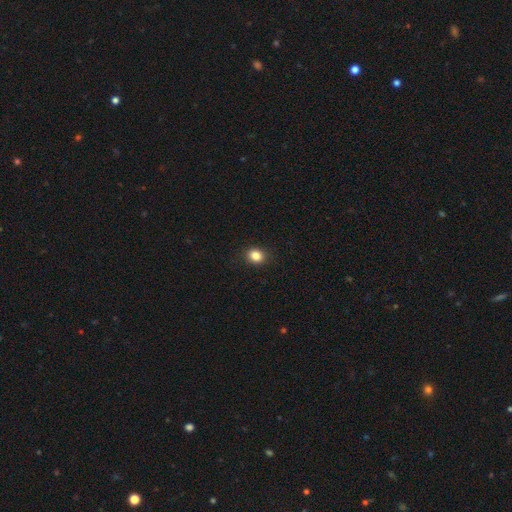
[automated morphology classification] A smooth galaxy with no disk features (85%) that is round (60%).

Vote fractions:
- Smooth or featured? smooth: 85% / star or artifact: 11% / featured or disk: 5%
- How rounded? round: 60% / in between: 39% / cigar-shaped: 1%
- Merging? none: 90% / minor disturbance: 7% / major disturbance: 2% / merger: 1%